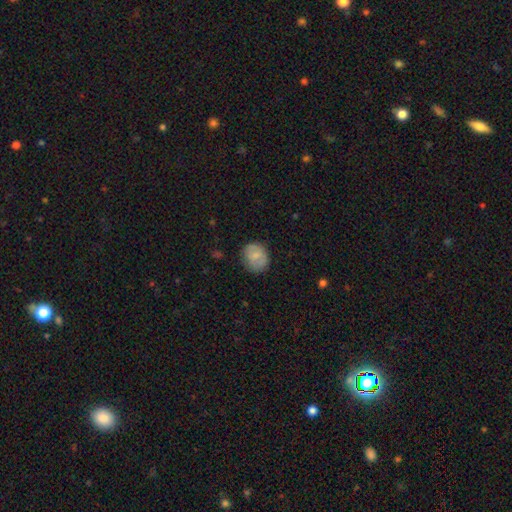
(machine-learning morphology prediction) A smooth galaxy with no disk features (76%) that is round (72%). Merging: none (78%).